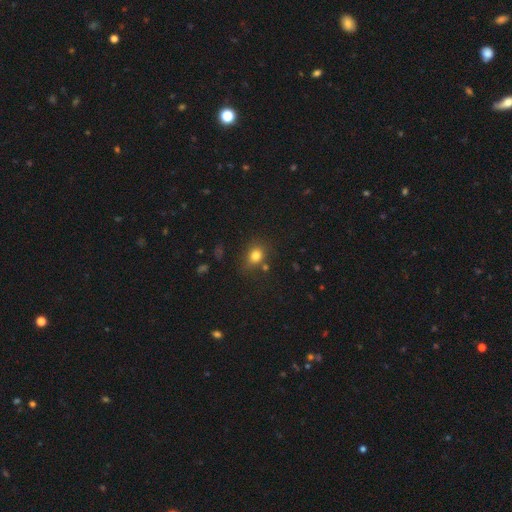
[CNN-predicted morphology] Q: Smooth or featured?
A: smooth (79%); runner-up: star or artifact (13%)
Q: How rounded?
A: round (58%); runner-up: in between (41%)
Q: Merging?
A: none (70%); runner-up: minor disturbance (18%)